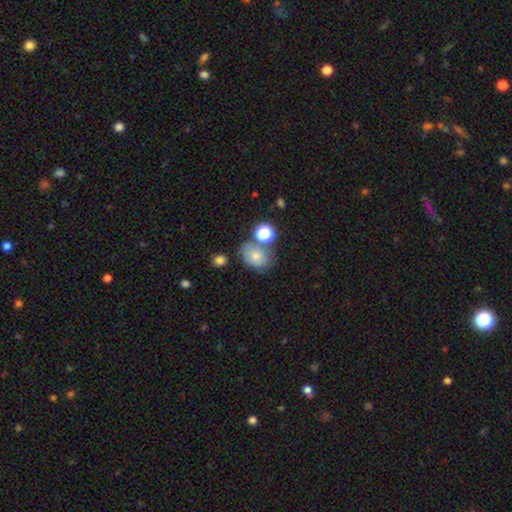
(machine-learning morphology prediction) Smooth or featured?
  - smooth: 71% *
  - featured or disk: 16%
  - star or artifact: 13%
How rounded?
  - in between: 59% *
  - round: 40%
  - cigar-shaped: 1%
Merging?
  - none: 54% *
  - merger: 19%
  - minor disturbance: 19%
  - major disturbance: 8%